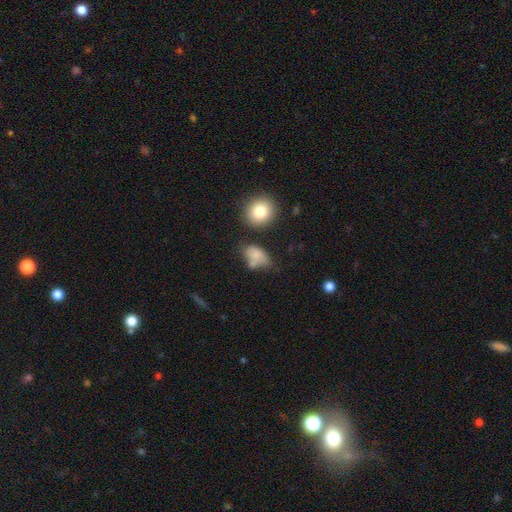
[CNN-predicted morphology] A smooth galaxy with no disk features (77%) that is in between round and cigar-shaped (83%). Merging: none (46%).